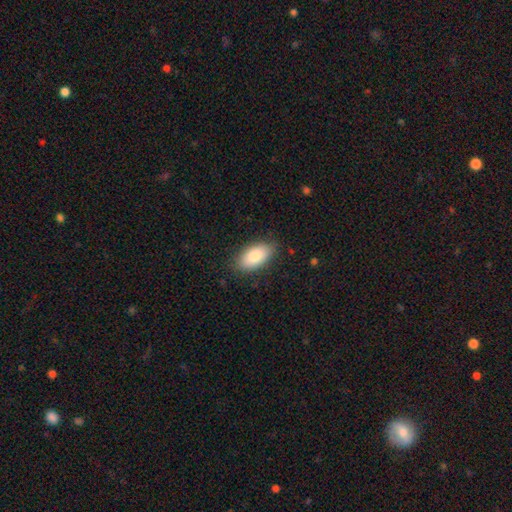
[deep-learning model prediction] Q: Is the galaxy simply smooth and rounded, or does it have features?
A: smooth — 84%.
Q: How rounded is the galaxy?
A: in between — 93%.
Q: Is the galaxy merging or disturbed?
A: none — 83%.